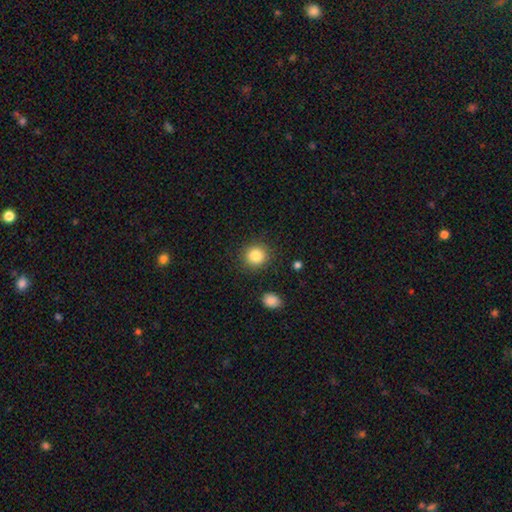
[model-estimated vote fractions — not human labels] This appears to be a smooth galaxy with no disk features (85%) that is round (90%). Merging: none (88%).